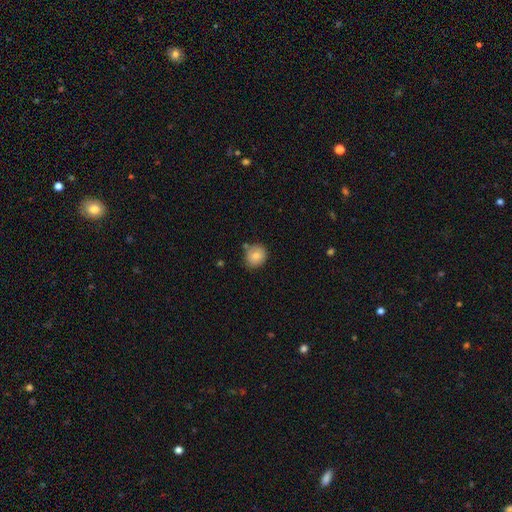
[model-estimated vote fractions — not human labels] Smooth or featured? Predicted: smooth (p=0.81). How rounded? Predicted: round (p=0.80). Merging? Predicted: none (p=0.74).